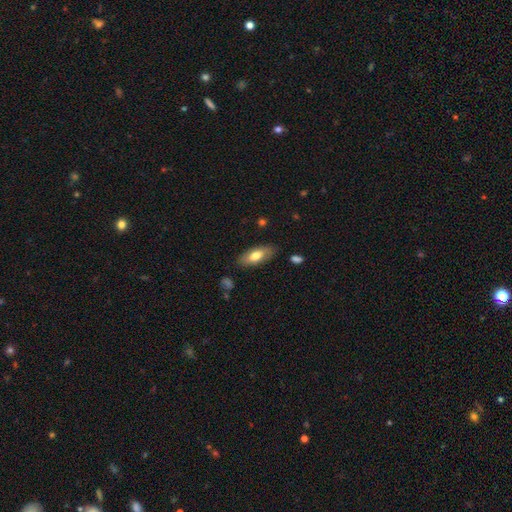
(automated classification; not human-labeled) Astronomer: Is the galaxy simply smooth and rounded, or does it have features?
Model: smooth — 70%.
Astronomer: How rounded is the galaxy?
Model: in between — 81%.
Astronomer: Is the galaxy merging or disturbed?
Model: none — 83%.